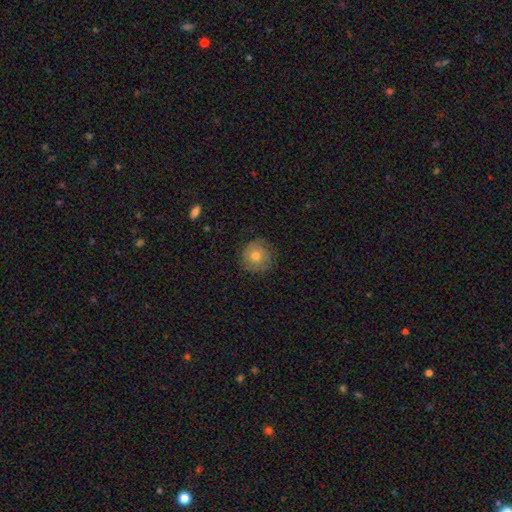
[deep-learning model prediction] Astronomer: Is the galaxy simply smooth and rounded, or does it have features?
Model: smooth — 68%.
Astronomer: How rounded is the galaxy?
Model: round — 94%.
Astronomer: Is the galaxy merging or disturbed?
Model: none — 83%.